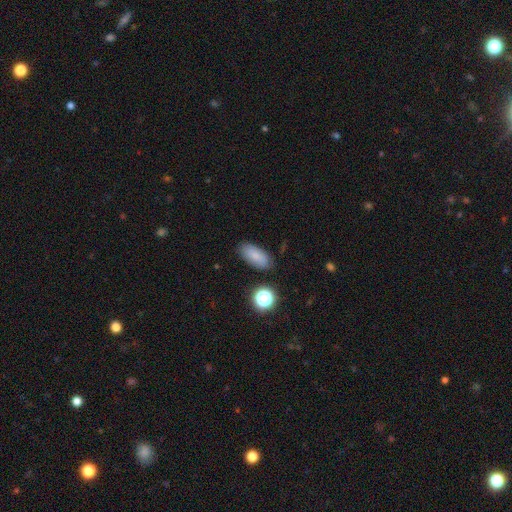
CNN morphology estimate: Q: Smooth or featured?
A: smooth (83%); runner-up: star or artifact (9%)
Q: How rounded?
A: in between (87%); runner-up: cigar-shaped (8%)
Q: Merging?
A: none (83%); runner-up: minor disturbance (12%)